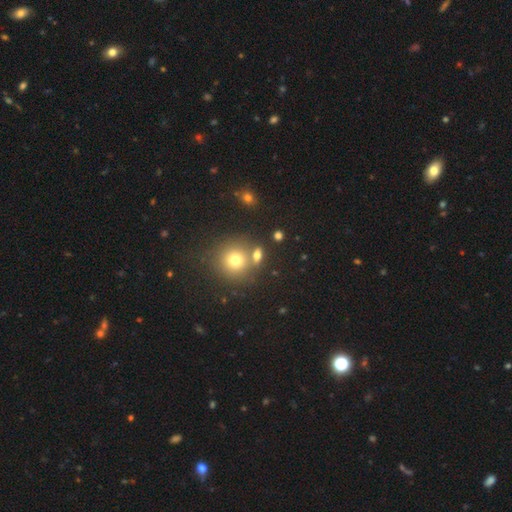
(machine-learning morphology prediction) The model was most divided on "smooth or featured": smooth: 67%, star or artifact: 22%, featured or disk: 11%. More confident: how rounded — round (90%); merging — none (69%).